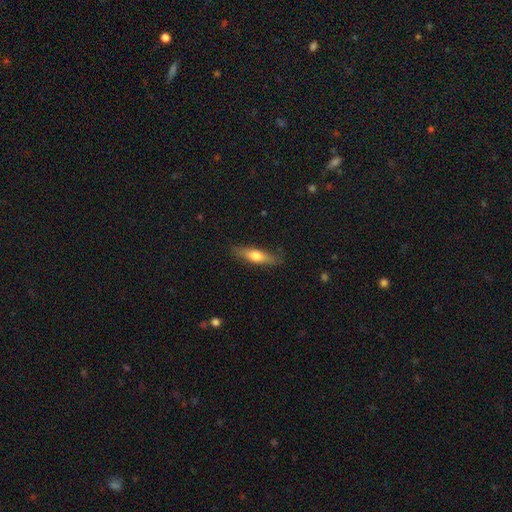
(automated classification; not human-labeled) The model was most divided on "smooth or featured": smooth: 55%, featured or disk: 39%, star or artifact: 6%. More confident: merging — none (85%); how rounded — cigar-shaped (68%).